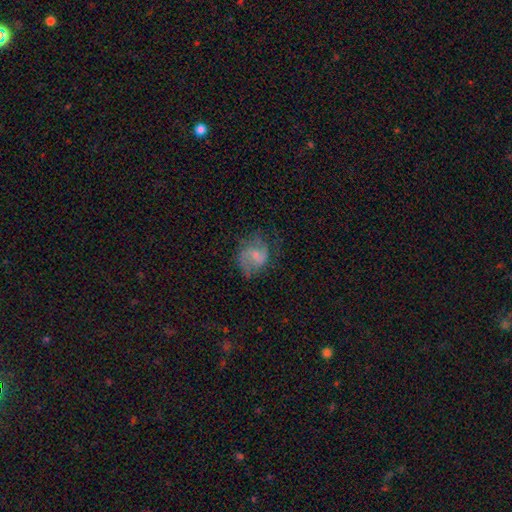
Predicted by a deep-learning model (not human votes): A featured or disk galaxy (57%) with a weak bar (46%), spiral arms (80%) and a small central bulge (41%). Merging: none (56%).